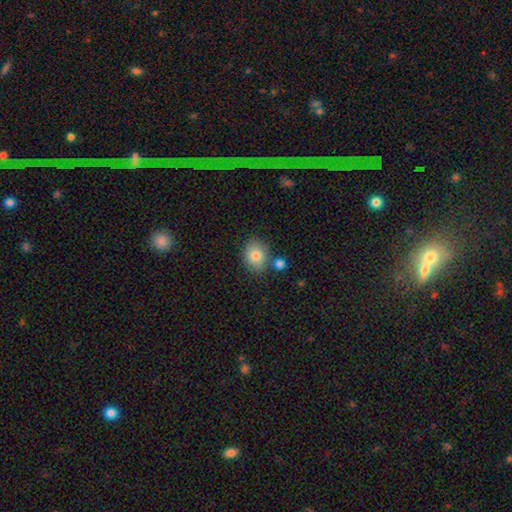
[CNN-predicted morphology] Smooth or featured: smooth — 81% (featured or disk — 10%)
How rounded: round — 53% (in between — 46%)
Merging: none — 75% (minor disturbance — 12%)